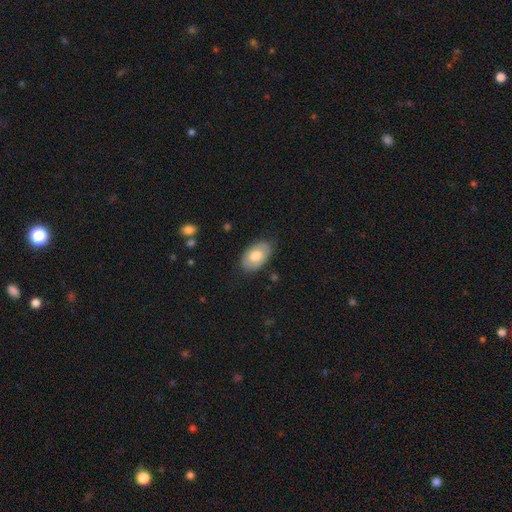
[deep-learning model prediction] The model was most divided on "smooth or featured": smooth: 70%, featured or disk: 24%, star or artifact: 6%. More confident: how rounded — in between (92%); merging — none (81%).